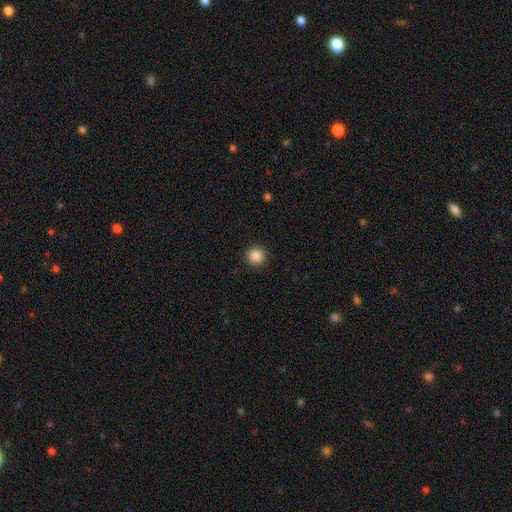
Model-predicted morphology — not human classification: smooth 85%, star or artifact 10%, featured or disk 5%. Down the decision tree: how rounded — round (96%); merging — none (93%).